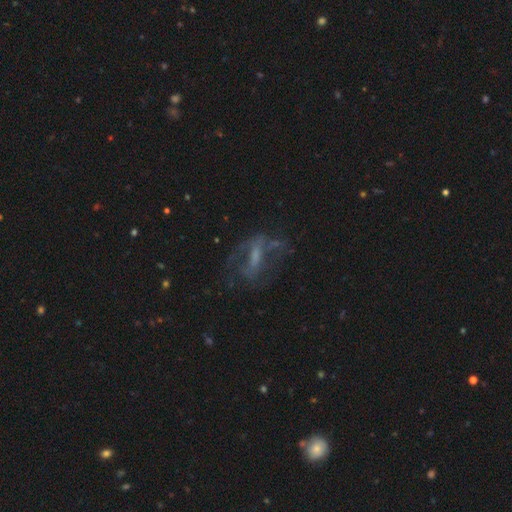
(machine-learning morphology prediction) smooth-or-featured: featured or disk: 62% | smooth: 22% | star or artifact: 16%
  disk-edge-on: no: 86% | yes: 14%
    bar: weak: 35% | strong: 34% | no: 31%
    has-spiral-arms: no: 51% | yes: 49%
    bulge-size: none: 34% (tied) | small: 34% (tied) | moderate: 26% | large: 5% | dominant: 1%
  merging: none: 48% | major disturbance: 30% | minor disturbance: 19% | merger: 3%